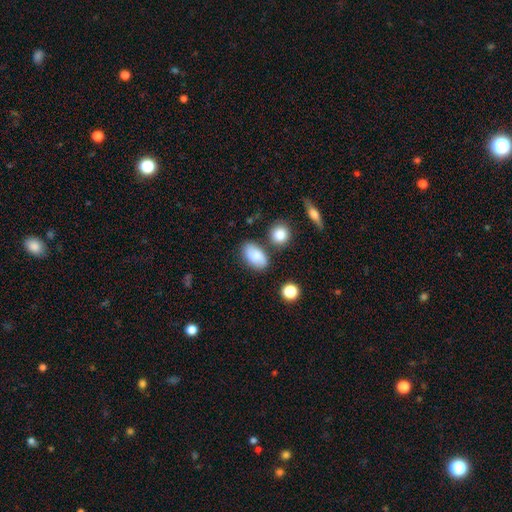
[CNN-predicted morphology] This appears to be a smooth galaxy with no disk features (77%) that is in between round and cigar-shaped (90%). Merging: none (72%).